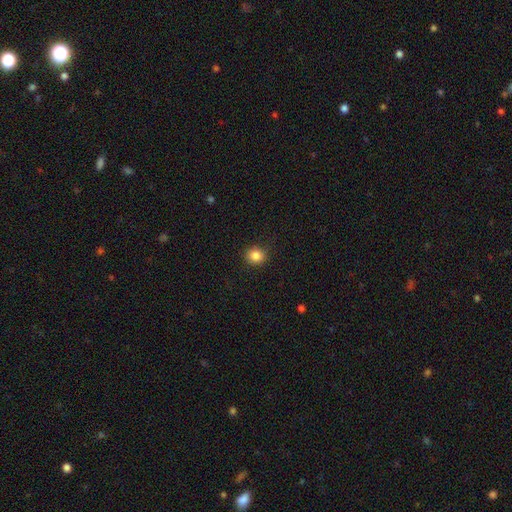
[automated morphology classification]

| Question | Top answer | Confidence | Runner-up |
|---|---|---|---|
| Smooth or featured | smooth | 85% | star or artifact (11%) |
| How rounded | round | 84% | in between (15%) |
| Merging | none | 90% | minor disturbance (7%) |